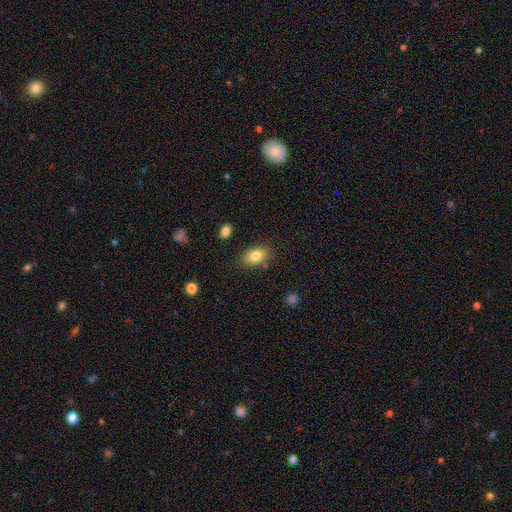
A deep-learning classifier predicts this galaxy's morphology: smooth 83%, featured or disk 9%, star or artifact 8%. Down the decision tree: how rounded — in between (85%); merging — none (78%).